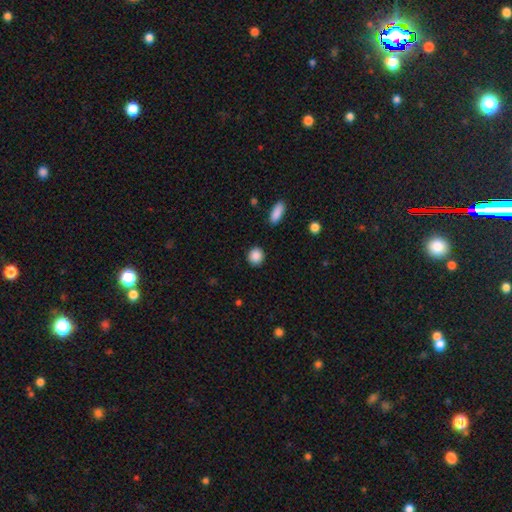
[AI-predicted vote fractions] A smooth galaxy with no disk features (88%) that is round (86%).

Vote fractions:
- Smooth or featured? smooth: 88% / star or artifact: 8% / featured or disk: 3%
- How rounded? round: 86% / in between: 13% / cigar-shaped: 1%
- Merging? none: 90% / minor disturbance: 6% / major disturbance: 2% / merger: 1%